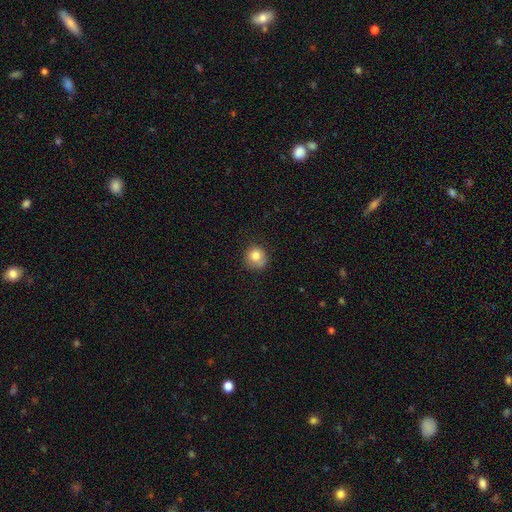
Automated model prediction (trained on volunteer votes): A smooth galaxy with no disk features (80%) that is round (89%).

Vote fractions:
- Smooth or featured? smooth: 80% / star or artifact: 10% / featured or disk: 9%
- How rounded? round: 89% / in between: 10% / cigar-shaped: 1%
- Merging? none: 69% / minor disturbance: 22% / major disturbance: 6% / merger: 4%